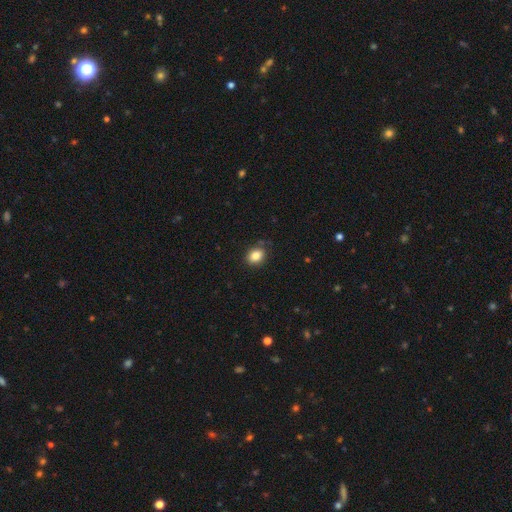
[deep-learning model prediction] Morphology: type=smooth (84%); roundness=in between (64%); merging=none (81%).